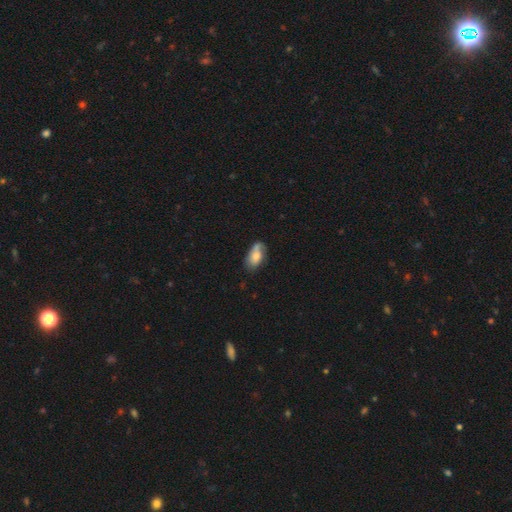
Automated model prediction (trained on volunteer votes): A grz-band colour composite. It shows a smooth galaxy with no disk features (58%) that is in between round and cigar-shaped (91%). Merging: none (58%).